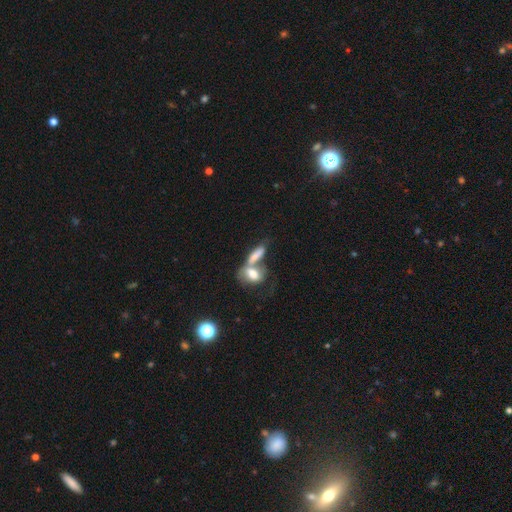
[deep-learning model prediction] smooth-or-featured: smooth: 67% | featured or disk: 25% | star or artifact: 8%
  how-rounded: in between: 73% | cigar-shaped: 19% | round: 7%
  merging: merger: 67% | none: 18% | minor disturbance: 8% | major disturbance: 7%